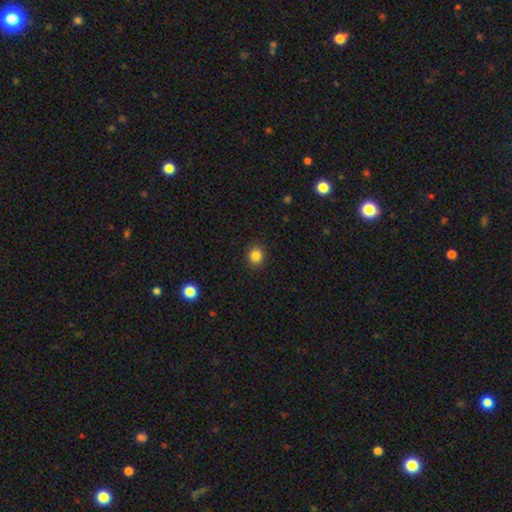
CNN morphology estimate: smooth-or-featured: smooth: 85% | star or artifact: 11% | featured or disk: 4%
  how-rounded: round: 83% | in between: 17% | cigar-shaped: 1%
  merging: none: 91% | minor disturbance: 6% | major disturbance: 2% | merger: 1%